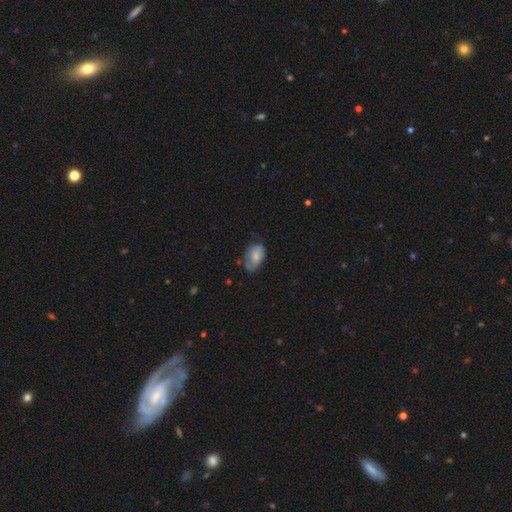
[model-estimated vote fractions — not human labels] Smooth or featured? Predicted: smooth (p=0.69). How rounded? Predicted: in between (p=0.89). Merging? Predicted: none (p=0.52).